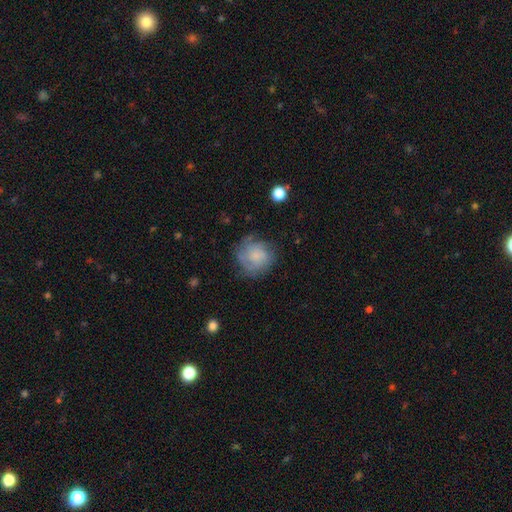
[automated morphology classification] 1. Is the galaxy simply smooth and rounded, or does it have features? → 52% smooth, 38% featured or disk, 9% star or artifact.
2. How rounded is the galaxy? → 86% round, 13% in between, 1% cigar-shaped.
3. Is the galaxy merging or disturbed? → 62% none, 23% minor disturbance, 13% major disturbance, 2% merger.